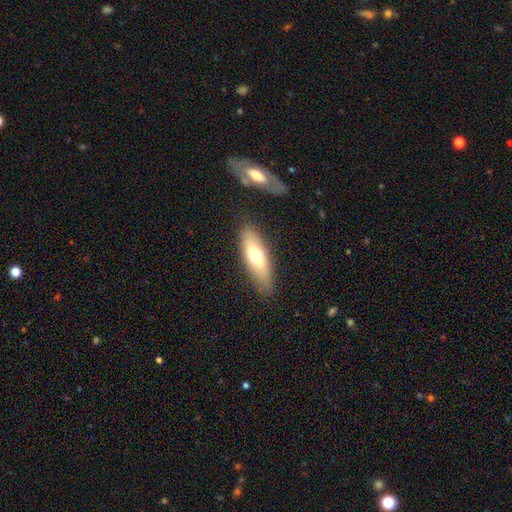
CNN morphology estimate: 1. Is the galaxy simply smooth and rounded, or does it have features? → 64% smooth, 30% featured or disk, 6% star or artifact.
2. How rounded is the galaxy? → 54% in between, 44% cigar-shaped, 2% round.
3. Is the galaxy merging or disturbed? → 80% none, 13% minor disturbance, 4% merger, 3% major disturbance.